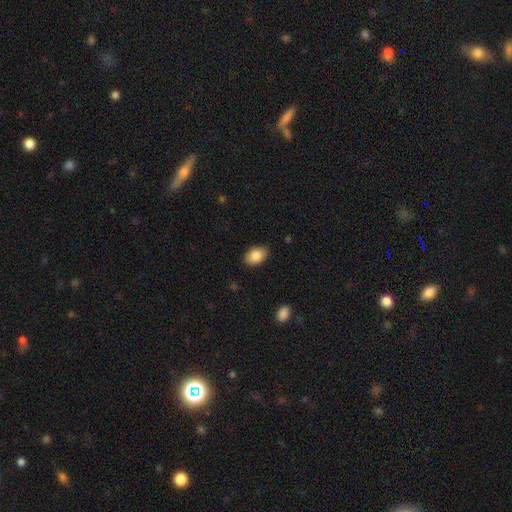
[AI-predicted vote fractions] smooth-or-featured: smooth: 86% | featured or disk: 7% | star or artifact: 7%
  how-rounded: in between: 89% | round: 10% | cigar-shaped: 1%
  merging: none: 86% | minor disturbance: 11% | major disturbance: 2% | merger: 1%